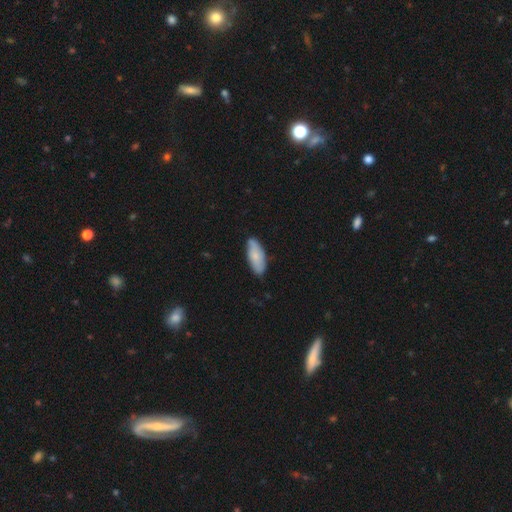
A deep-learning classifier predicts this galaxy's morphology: Smooth or featured?
  - smooth: 72% *
  - featured or disk: 22%
  - star or artifact: 6%
How rounded?
  - in between: 77% *
  - cigar-shaped: 21%
  - round: 2%
Merging?
  - none: 78% *
  - minor disturbance: 18%
  - major disturbance: 3%
  - merger: 2%